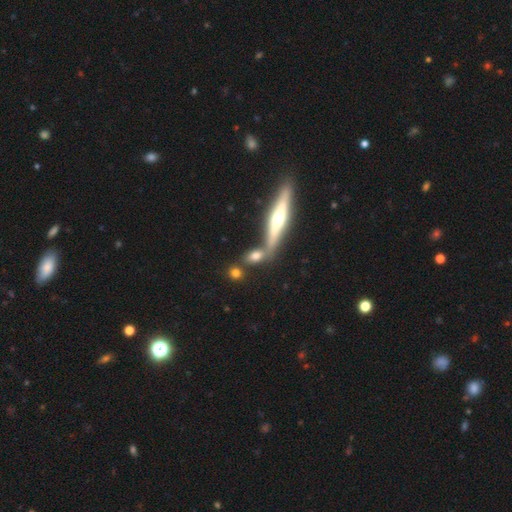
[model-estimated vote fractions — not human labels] smooth 66%, featured or disk 24%, star or artifact 10%. Down the decision tree: how rounded — in between (59%); merging — none (54%).